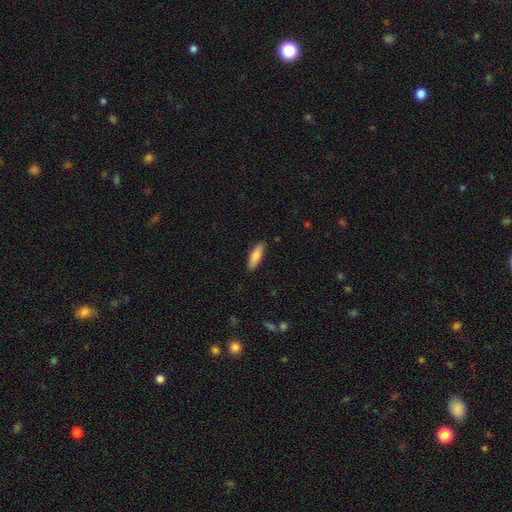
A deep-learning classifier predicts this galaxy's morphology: Q: Smooth or featured?
A: smooth (83%); runner-up: featured or disk (11%)
Q: How rounded?
A: cigar-shaped (54%); runner-up: in between (44%)
Q: Merging?
A: none (87%); runner-up: minor disturbance (10%)